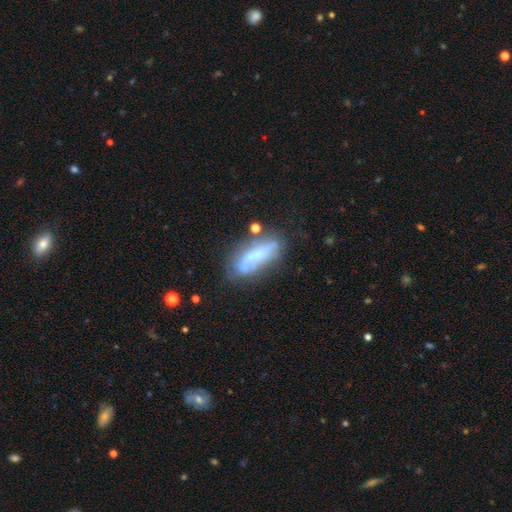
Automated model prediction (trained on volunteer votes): A featured or disk galaxy (61%). Merging: none (55%).